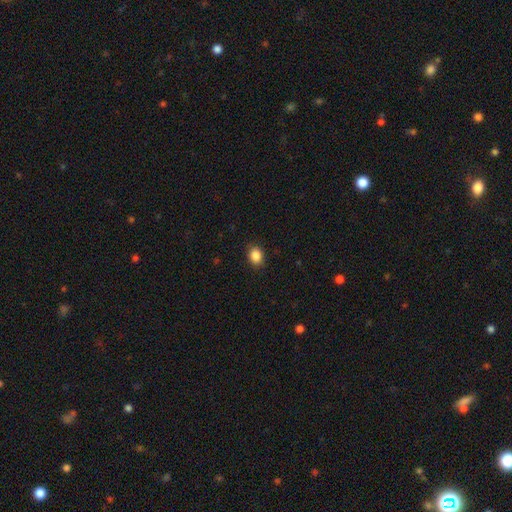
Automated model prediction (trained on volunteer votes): smooth 87%, star or artifact 9%, featured or disk 3%. Down the decision tree: how rounded — in between (55%); merging — none (88%).